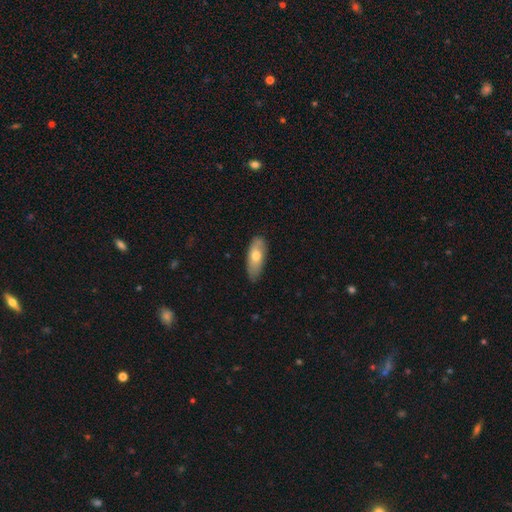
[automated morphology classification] smooth_or_featured: smooth (p=0.67) [alt: featured or disk p=0.27]
how_rounded: in between (p=0.76) [alt: cigar-shaped p=0.22]
merging: none (p=0.78) [alt: minor disturbance p=0.18]